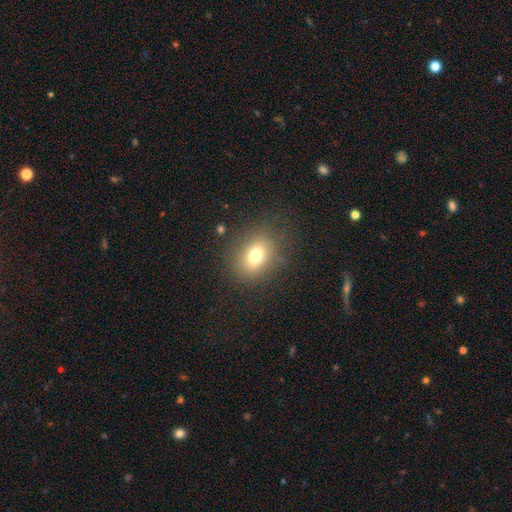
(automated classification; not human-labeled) Smooth or featured?
  - smooth: 73% *
  - star or artifact: 14%
  - featured or disk: 14%
How rounded?
  - in between: 56% *
  - round: 43%
  - cigar-shaped: 1%
Merging?
  - none: 79% *
  - minor disturbance: 12%
  - major disturbance: 7%
  - merger: 2%